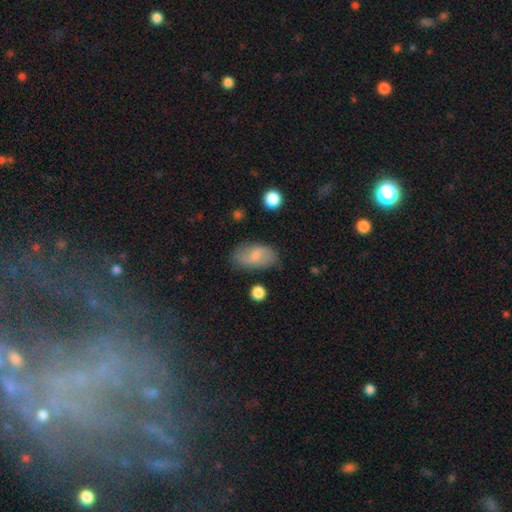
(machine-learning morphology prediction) Q: Smooth or featured?
A: smooth (64%); runner-up: featured or disk (29%)
Q: How rounded?
A: in between (93%); runner-up: round (5%)
Q: Merging?
A: none (77%); runner-up: minor disturbance (17%)